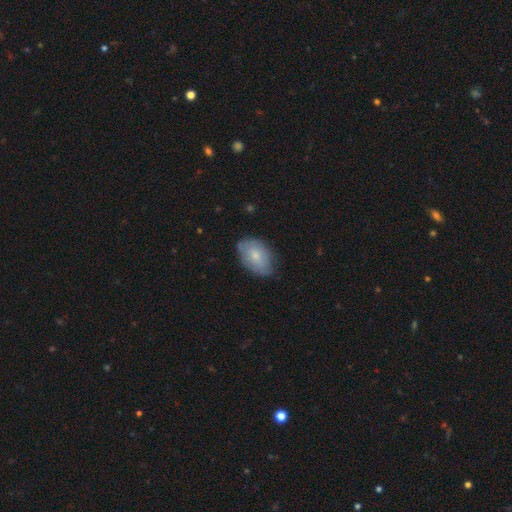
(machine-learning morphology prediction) Q: Smooth or featured?
A: smooth (66%); runner-up: featured or disk (28%)
Q: How rounded?
A: in between (88%); runner-up: round (11%)
Q: Merging?
A: none (71%); runner-up: minor disturbance (23%)